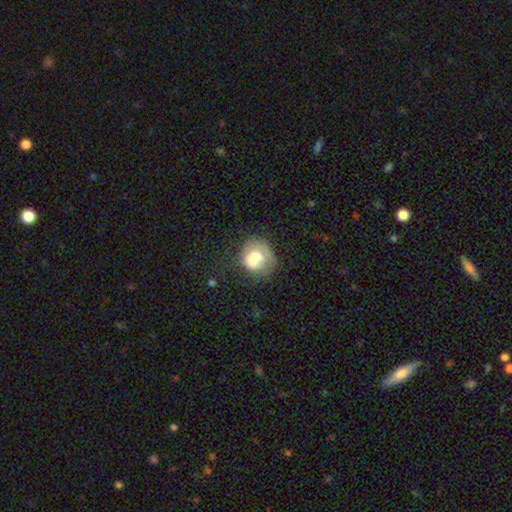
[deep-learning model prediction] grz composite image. It shows a smooth galaxy with no disk features (66%) that is round (75%). Merging: none (44%).